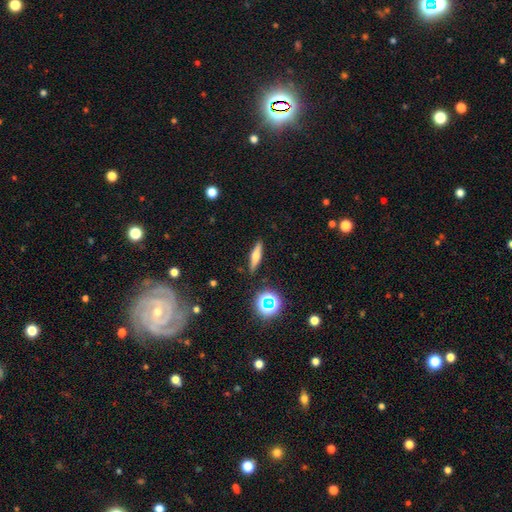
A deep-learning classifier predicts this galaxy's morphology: Smooth or featured: smooth — 45% (featured or disk — 43%)
Merging: none — 88% (minor disturbance — 8%)